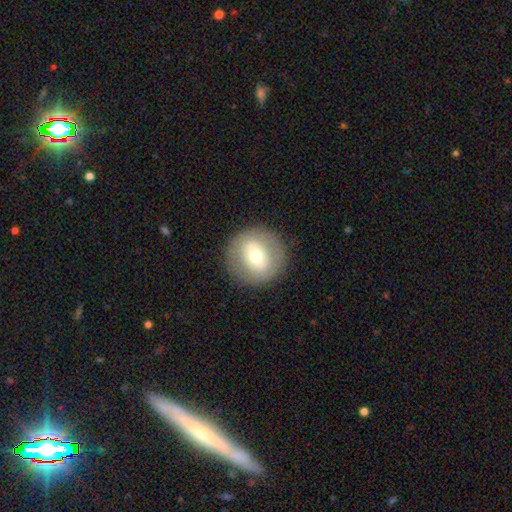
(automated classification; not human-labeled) Smooth or featured? smooth (57%)
How rounded? round (92%)
Merging? none (88%)